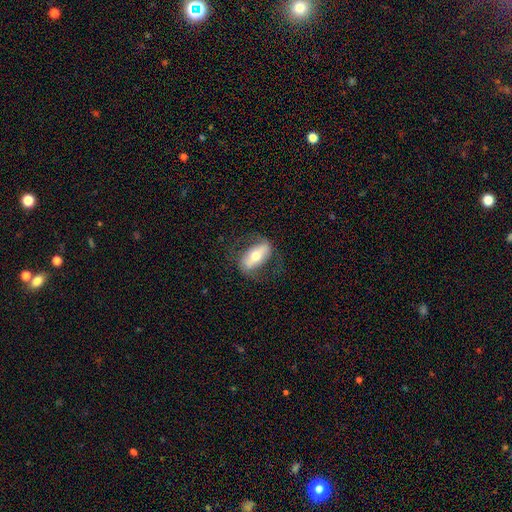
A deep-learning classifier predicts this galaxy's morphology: Q: Smooth or featured?
A: featured or disk (53%); runner-up: smooth (41%)
Q: Edge-on disk?
A: no (76%); runner-up: yes (24%)
Q: Merging?
A: none (71%); runner-up: minor disturbance (17%)